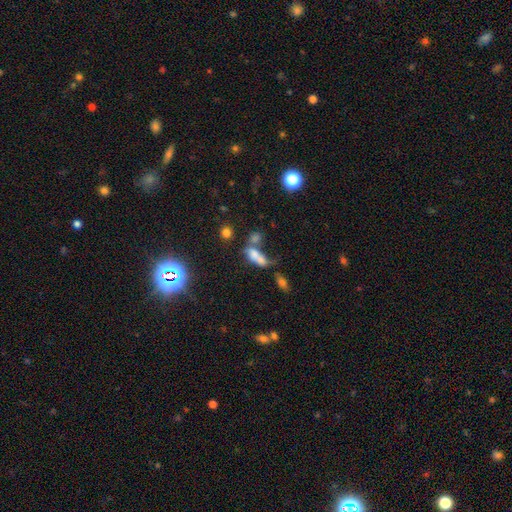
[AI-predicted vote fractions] The model was most divided on "smooth or featured": smooth: 60%, featured or disk: 23%, star or artifact: 17%. More confident: how rounded — in between (75%); merging — merger (56%).